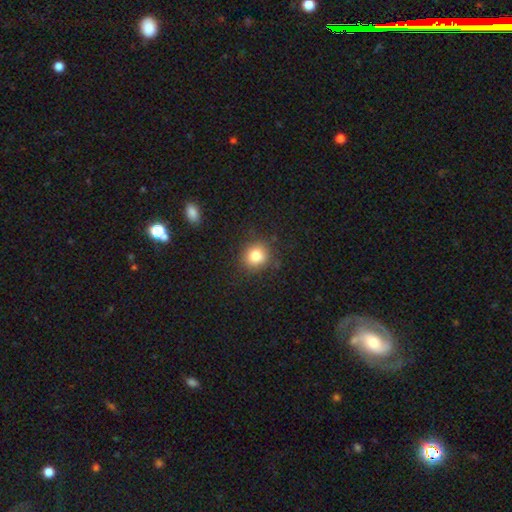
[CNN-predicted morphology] smooth 83%, star or artifact 11%, featured or disk 6%. Down the decision tree: how rounded — round (81%); merging — none (85%).